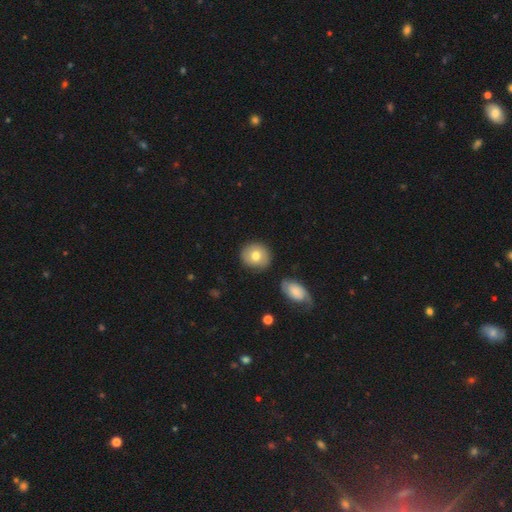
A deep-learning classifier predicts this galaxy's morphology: Smooth or featured? smooth (72%)
How rounded? round (85%)
Merging? none (80%)